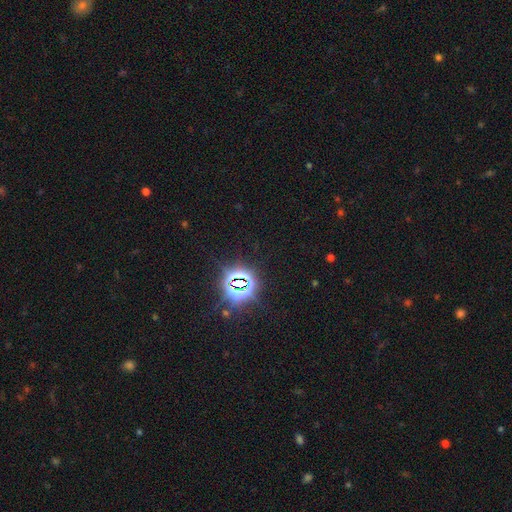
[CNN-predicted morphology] Smooth or featured? Predicted: star or artifact (p=0.84).